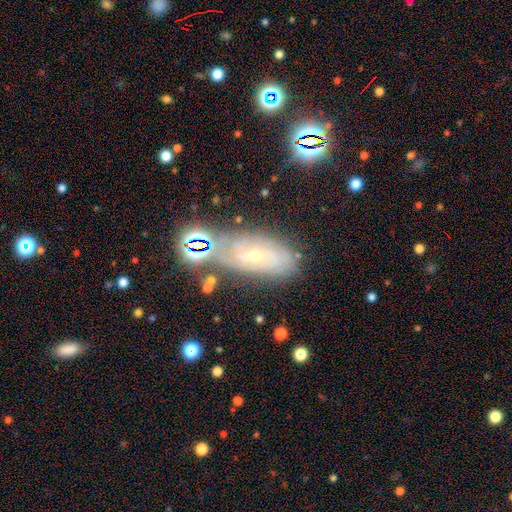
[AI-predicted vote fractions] Smooth or featured?
  - featured or disk: 68% *
  - smooth: 17%
  - star or artifact: 15%
Edge-on disk?
  - no: 88% *
  - yes: 12%
Bar?
  - no: 48% *
  - weak: 40%
  - strong: 12%
Spiral arms?
  - yes: 85% *
  - no: 15%
Spiral winding?
  - tight: 64% *
  - medium: 27%
  - loose: 8%
Spiral arm count?
  - can't tell: 54% *
  - 2: 26%
  - 3: 8%
  - 4: 4%
  - 1: 4%
  - more than 4: 3%
Bulge size?
  - small: 60% *
  - moderate: 36%
  - large: 1%
  - none: 1%
  - dominant: 1%
Merging?
  - none: 62% *
  - minor disturbance: 21%
  - major disturbance: 8%
  - merger: 8%